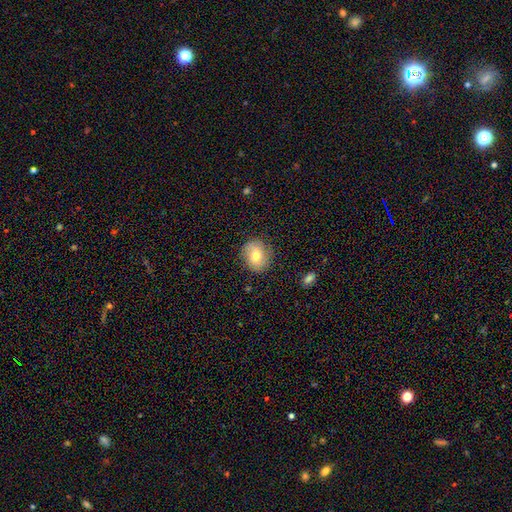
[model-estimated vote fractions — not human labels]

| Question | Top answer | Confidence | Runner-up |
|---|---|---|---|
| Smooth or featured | smooth | 64% | featured or disk (27%) |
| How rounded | round | 66% | in between (33%) |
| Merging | none | 81% | minor disturbance (14%) |